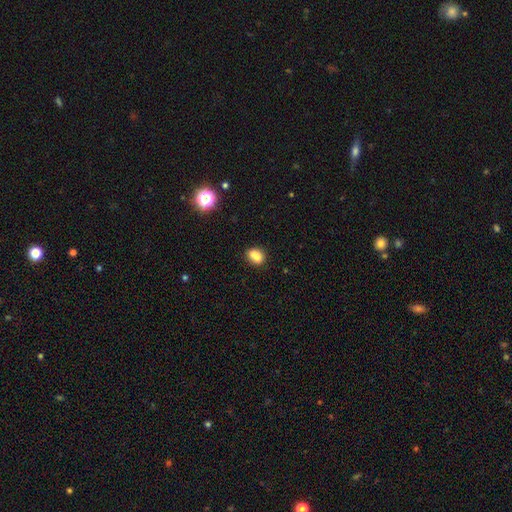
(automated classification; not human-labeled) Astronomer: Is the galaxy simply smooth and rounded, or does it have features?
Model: smooth — 77%.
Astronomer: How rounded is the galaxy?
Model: in between — 57% (runner-up: round, 41%).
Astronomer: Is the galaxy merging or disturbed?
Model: none — 52% (runner-up: merger, 31%).